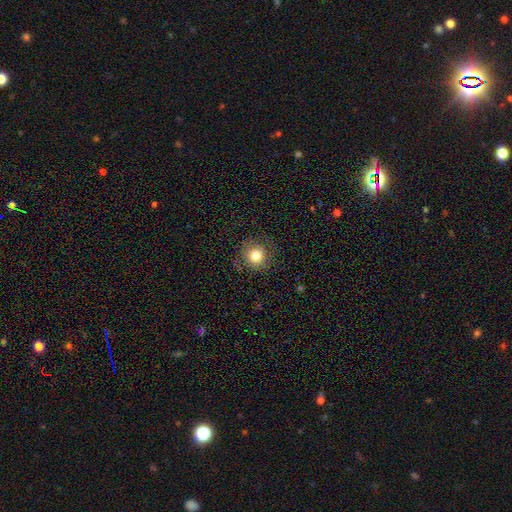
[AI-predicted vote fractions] smooth-or-featured: smooth: 79% | star or artifact: 11% | featured or disk: 10%
  how-rounded: round: 91% | in between: 8% | cigar-shaped: 1%
  merging: none: 81% | minor disturbance: 13% | major disturbance: 6% | merger: 1%